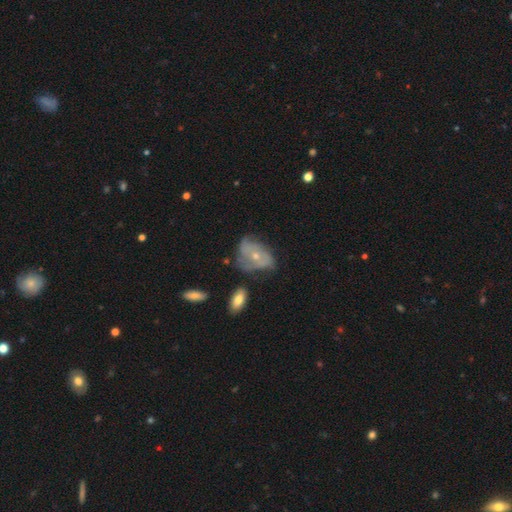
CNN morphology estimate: The model was most divided on "merging": none: 41%, minor disturbance: 32%, major disturbance: 21%, merger: 6%. More confident: edge-on disk — no (95%); bar — no (81%); spiral arms — yes (68%); bulge size — small (62%); smooth or featured — featured or disk (61%).